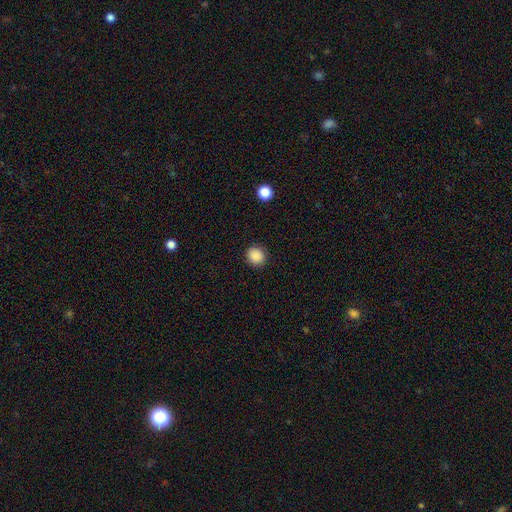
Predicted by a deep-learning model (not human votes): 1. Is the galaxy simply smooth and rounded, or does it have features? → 88% smooth, 10% star or artifact, 3% featured or disk.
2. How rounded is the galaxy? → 86% round, 13% in between, 1% cigar-shaped.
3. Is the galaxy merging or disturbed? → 91% none, 6% minor disturbance, 2% major disturbance, 1% merger.